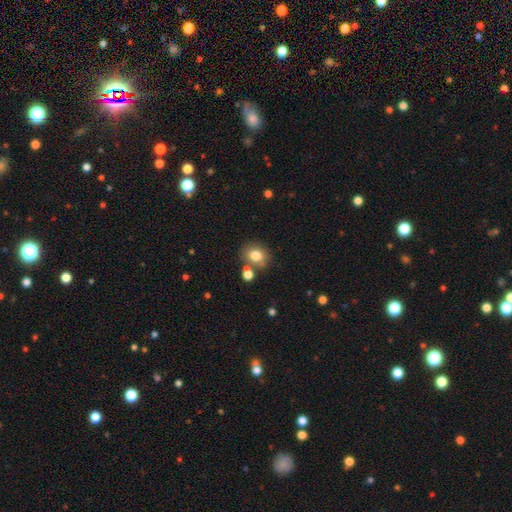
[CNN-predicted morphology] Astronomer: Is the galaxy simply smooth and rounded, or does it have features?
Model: smooth — 79%.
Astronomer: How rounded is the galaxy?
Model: round — 56% (runner-up: in between, 43%).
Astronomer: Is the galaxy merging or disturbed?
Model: none — 64%.